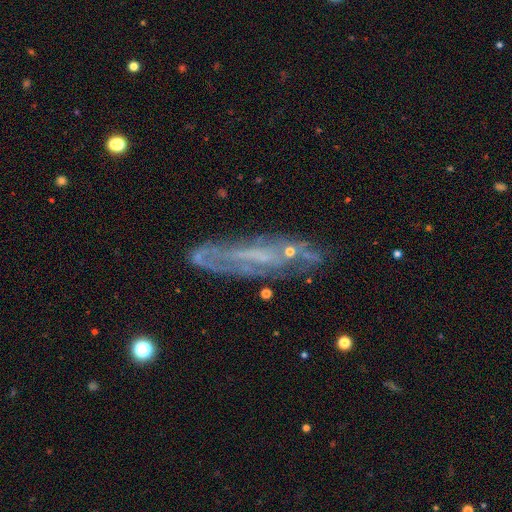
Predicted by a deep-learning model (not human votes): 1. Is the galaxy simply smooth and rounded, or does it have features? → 65% featured or disk, 23% smooth, 12% star or artifact.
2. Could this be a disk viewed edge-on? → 55% no, 45% yes.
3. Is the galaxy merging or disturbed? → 64% none, 20% minor disturbance, 11% major disturbance, 5% merger.